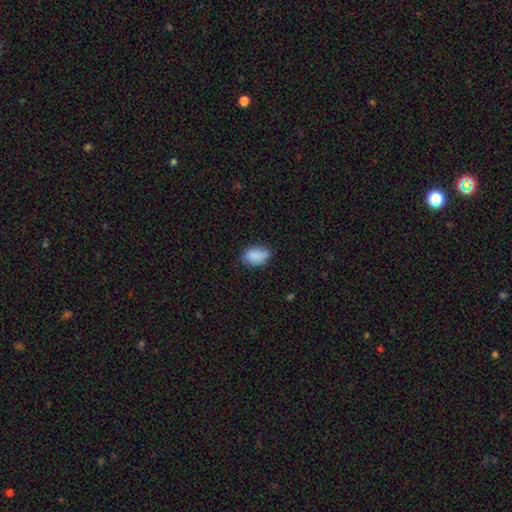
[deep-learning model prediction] Q: Smooth or featured?
A: smooth (86%); runner-up: star or artifact (8%)
Q: How rounded?
A: in between (85%); runner-up: round (14%)
Q: Merging?
A: none (66%); runner-up: minor disturbance (26%)